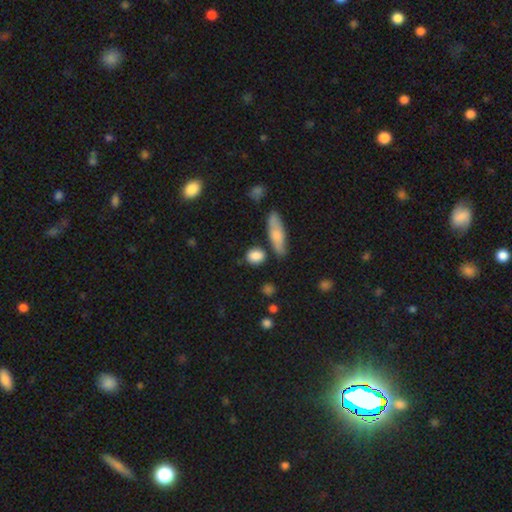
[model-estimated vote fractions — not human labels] Smooth or featured? Predicted: smooth (p=0.85). How rounded? Predicted: round (p=0.49). Merging? Predicted: none (p=0.75).